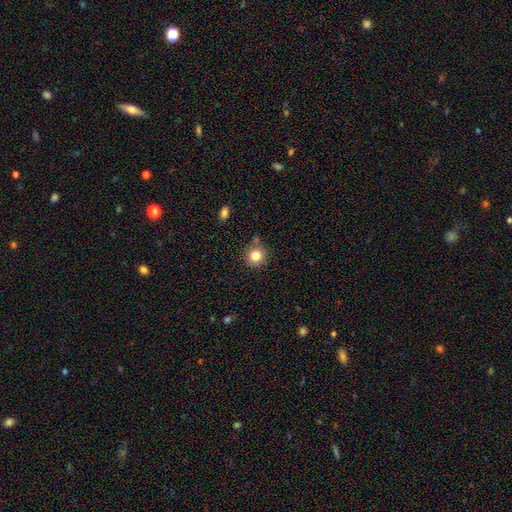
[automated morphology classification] smooth 83%, star or artifact 10%, featured or disk 6%. Down the decision tree: how rounded — round (88%); merging — none (77%).